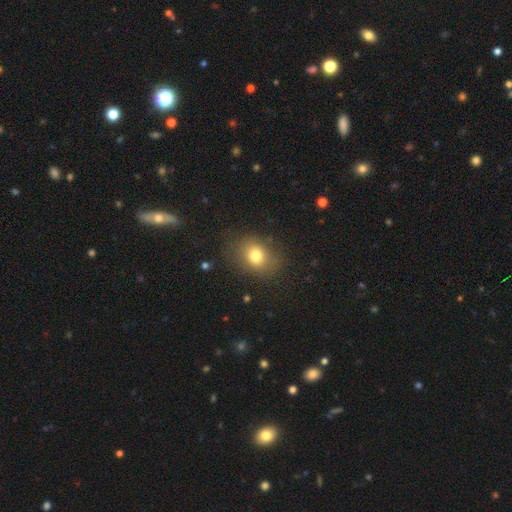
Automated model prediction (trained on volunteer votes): smooth 78%, star or artifact 12%, featured or disk 10%. Down the decision tree: how rounded — in between (50%); merging — none (78%).